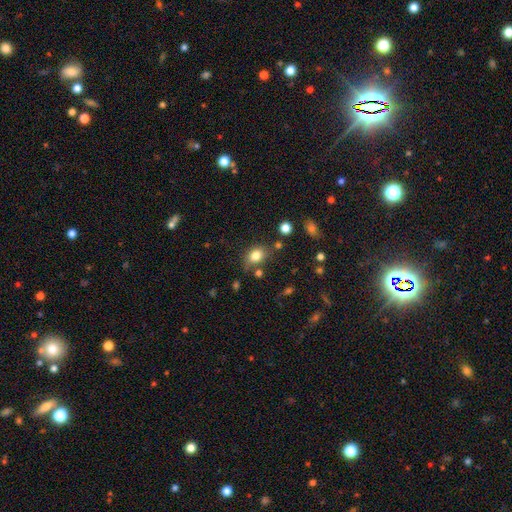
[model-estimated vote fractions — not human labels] Overall: smooth (81%). How rounded: in between (61%; round 38%). Merging: none (68%).